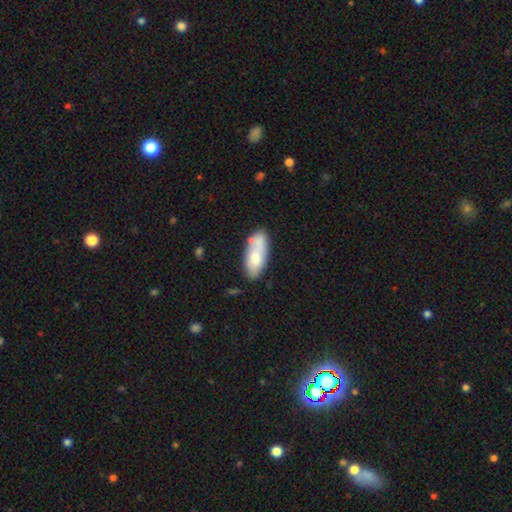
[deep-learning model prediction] smooth_or_featured: smooth (p=0.68) [alt: featured or disk p=0.26]
how_rounded: in between (p=0.83) [alt: cigar-shaped p=0.15]
merging: none (p=0.56) [alt: minor disturbance p=0.22]